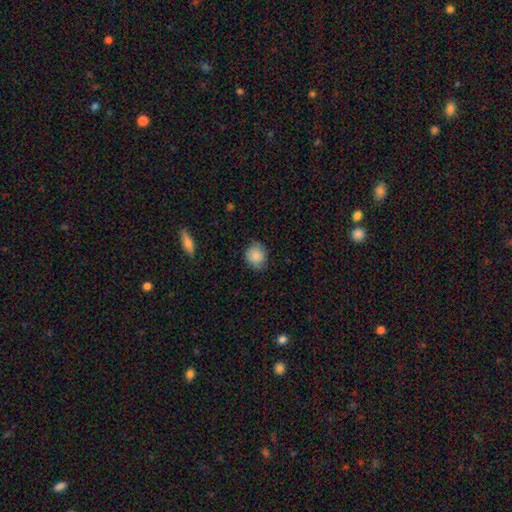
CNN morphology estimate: Smooth or featured?
  - smooth: 86% *
  - star or artifact: 8%
  - featured or disk: 7%
How rounded?
  - round: 67% *
  - in between: 32%
  - cigar-shaped: 1%
Merging?
  - none: 79% *
  - minor disturbance: 17%
  - major disturbance: 3%
  - merger: 1%